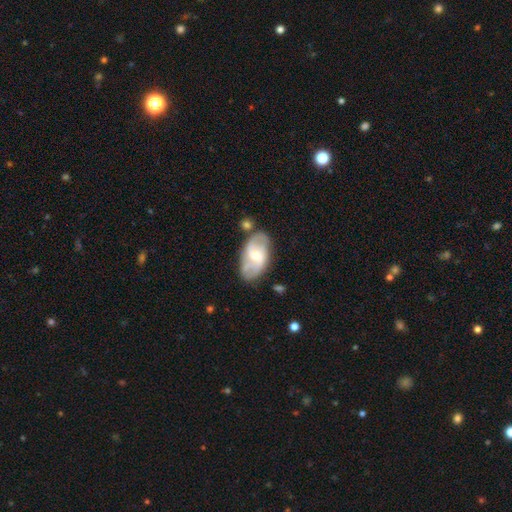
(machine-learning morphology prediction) The model was most divided on "bar": weak: 47%, no: 42%, strong: 11%. Remaining: edge-on disk — no (95%); spiral arms — yes (86%); spiral arm count — 2 (69%); smooth or featured — featured or disk (68%); merging — none (66%); bulge size — moderate (51%); spiral winding — medium (45%).